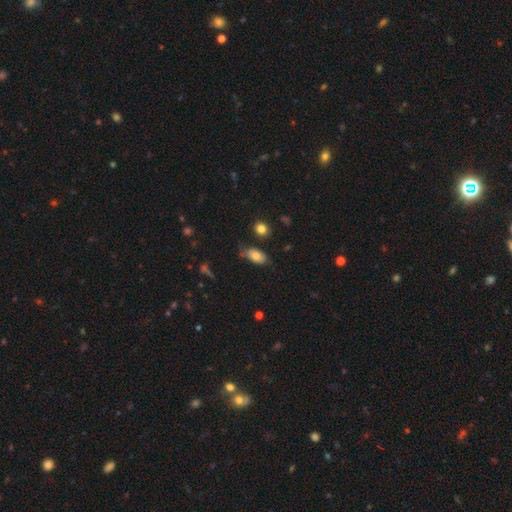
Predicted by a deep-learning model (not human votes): smooth_or_featured: smooth (p=0.78) [alt: featured or disk p=0.13]
how_rounded: in between (p=0.91) [alt: round p=0.06]
merging: none (p=0.66) [alt: minor disturbance p=0.23]